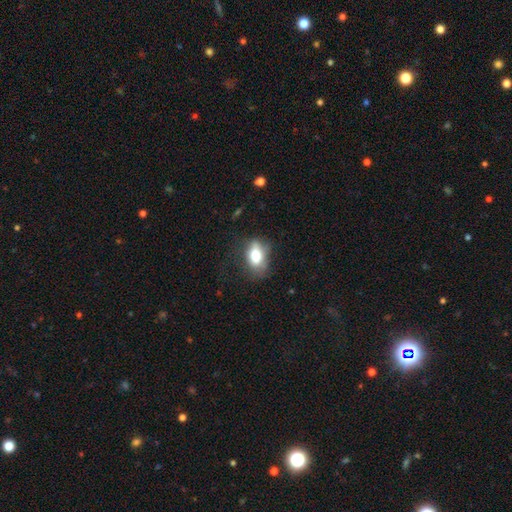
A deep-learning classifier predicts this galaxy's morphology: Smooth or featured? smooth (70%)
How rounded? in between (82%)
Merging? none (56%)